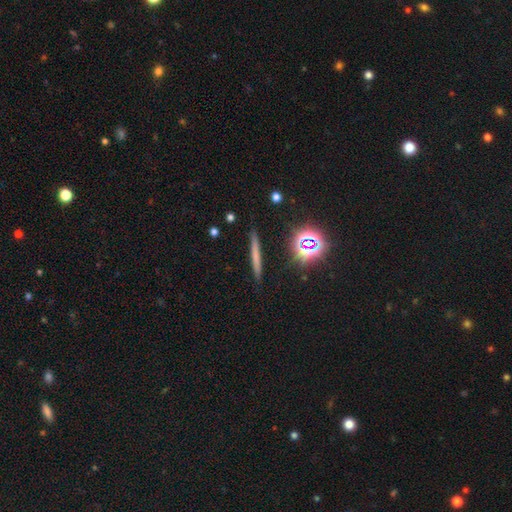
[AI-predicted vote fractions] Q: Smooth or featured?
A: smooth (55%); runner-up: featured or disk (29%)
Q: How rounded?
A: cigar-shaped (92%); runner-up: round (4%)
Q: Merging?
A: none (88%); runner-up: minor disturbance (8%)